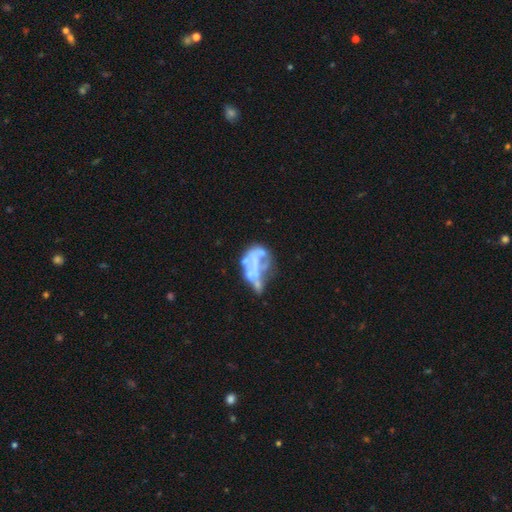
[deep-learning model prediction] Morphology: type=featured or disk (62%); edge-on=no (97%); bar=no (86%); spiral arms=no (90%); bulge=none (75%); merging=major disturbance (38%).